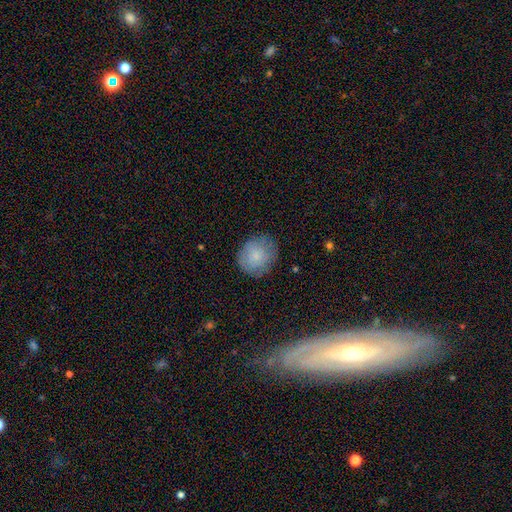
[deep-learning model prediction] smooth-or-featured: smooth: 78% | featured or disk: 14% | star or artifact: 8%
  how-rounded: round: 82% | in between: 17% | cigar-shaped: 1%
  merging: none: 78% | minor disturbance: 17% | major disturbance: 4% | merger: 1%